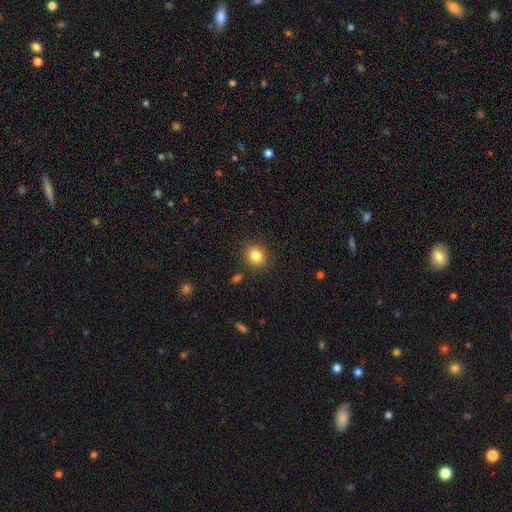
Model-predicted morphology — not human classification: type=smooth (83%); roundness=round (76%); merging=none (87%).